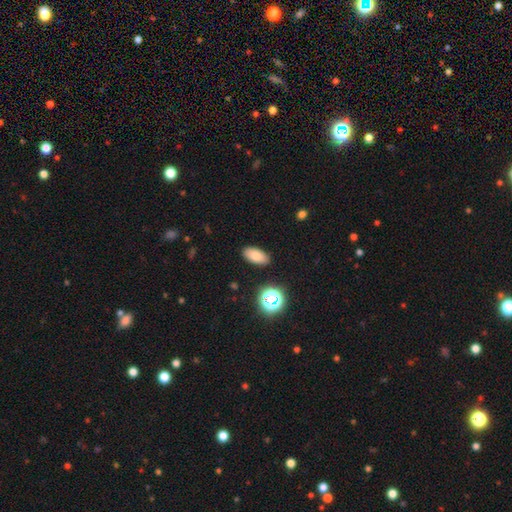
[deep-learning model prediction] smooth_or_featured: smooth (p=0.79) [alt: star or artifact p=0.12]
how_rounded: in between (p=0.91) [alt: round p=0.05]
merging: none (p=0.88) [alt: minor disturbance p=0.08]